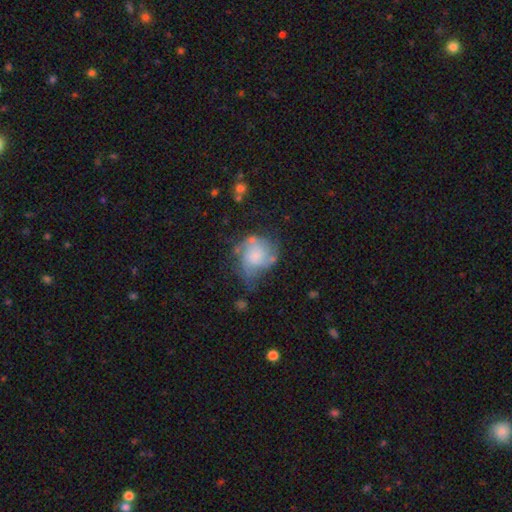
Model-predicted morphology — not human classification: A featured or disk galaxy (52%) with no bar (80%), spiral arms (70%) and a small central bulge (43%). Merging: none (38%).